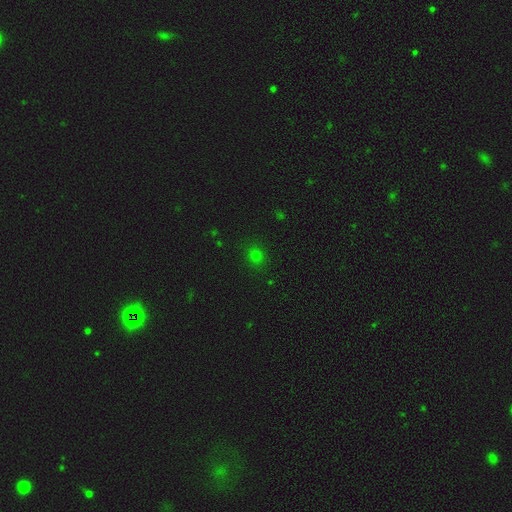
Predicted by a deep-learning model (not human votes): Q: Smooth or featured?
A: smooth (72%); runner-up: star or artifact (22%)
Q: How rounded?
A: round (86%); runner-up: in between (13%)
Q: Merging?
A: none (89%); runner-up: minor disturbance (7%)